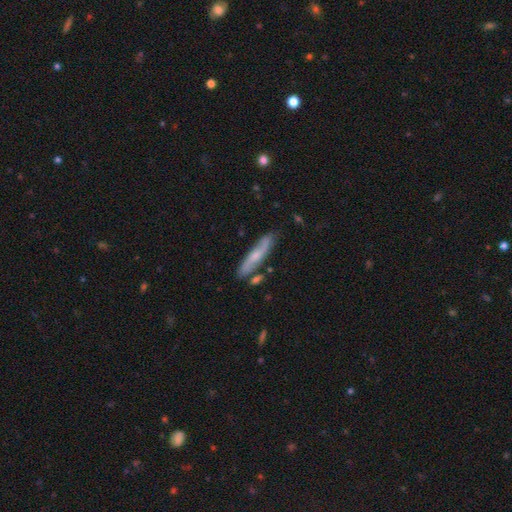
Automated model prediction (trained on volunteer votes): smooth_or_featured: featured or disk (p=0.53) [alt: smooth p=0.41]
disk_edge_on: yes (p=0.56) [alt: no p=0.44]
merging: none (p=0.78) [alt: minor disturbance p=0.14]